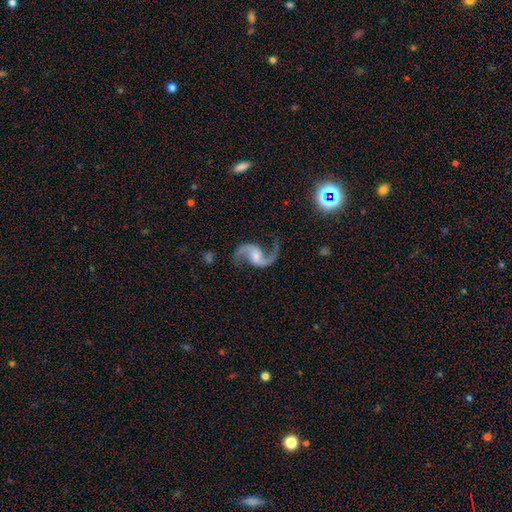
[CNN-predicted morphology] A featured or disk galaxy (92%) with a weak bar (43%), 2 (94%) loose (75%) spiral arms (98%) and a small central bulge (35%). Merging: none (76%).